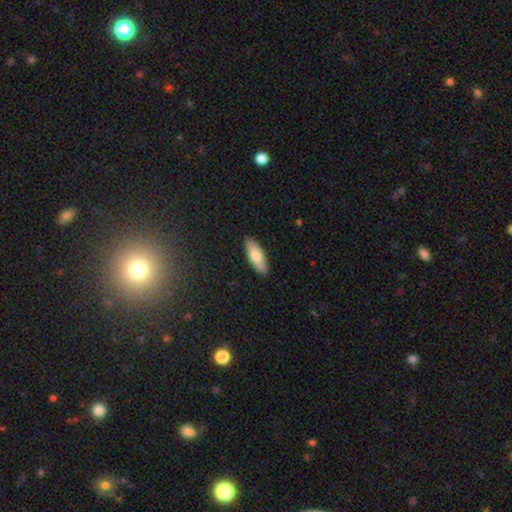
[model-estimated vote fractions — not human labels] Morphology: type=smooth (78%); roundness=in between (67%); merging=none (88%).